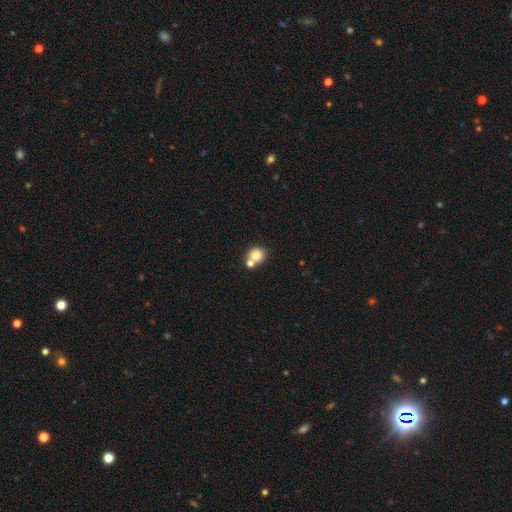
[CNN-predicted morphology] The model was most divided on "merging": none: 51%, merger: 37%, minor disturbance: 8%, major disturbance: 3%. More confident: how rounded — round (83%); smooth or featured — smooth (81%).